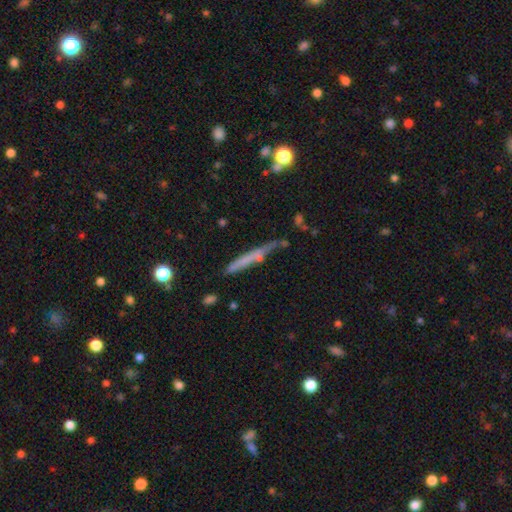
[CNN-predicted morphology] Smooth or featured?
  - smooth: 51% *
  - featured or disk: 40%
  - star or artifact: 10%
How rounded?
  - cigar-shaped: 93% *
  - in between: 4%
  - round: 3%
Merging?
  - none: 65% *
  - minor disturbance: 20%
  - major disturbance: 7%
  - merger: 7%